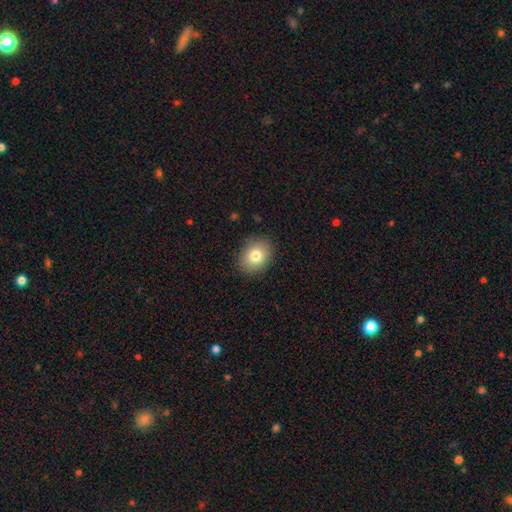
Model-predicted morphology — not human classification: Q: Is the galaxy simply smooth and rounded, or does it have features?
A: smooth — 80%.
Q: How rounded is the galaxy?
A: in between — 53%.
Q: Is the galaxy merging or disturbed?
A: none — 88%.